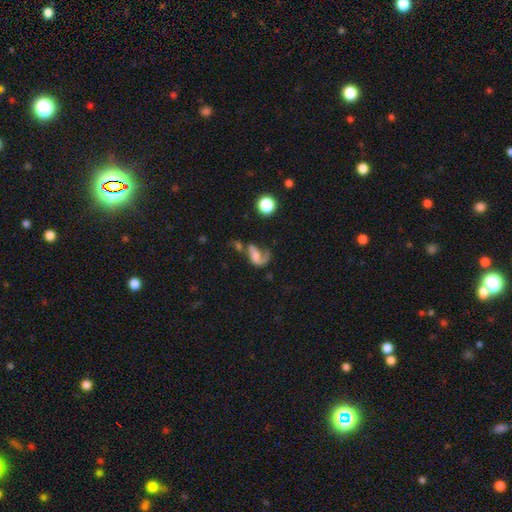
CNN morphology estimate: Smooth or featured? Predicted: featured or disk (p=0.53). Edge-on disk? Predicted: no (p=0.96). Bar? Predicted: no (p=0.59). Spiral arms? Predicted: yes (p=0.71). Bulge size? Predicted: none (p=0.45). Merging? Predicted: major disturbance (p=0.40).